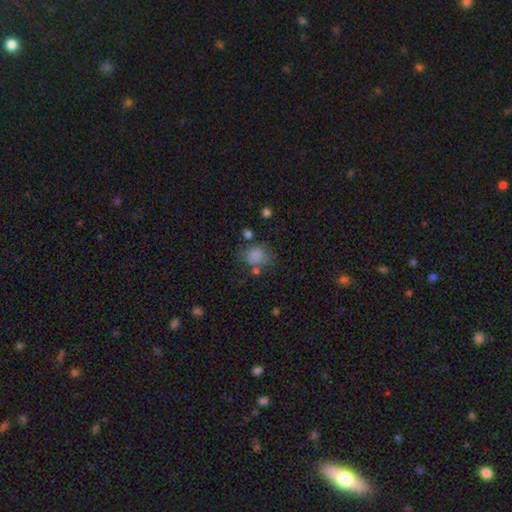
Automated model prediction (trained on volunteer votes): Q: Smooth or featured?
A: smooth (80%); runner-up: star or artifact (13%)
Q: How rounded?
A: round (62%); runner-up: in between (37%)
Q: Merging?
A: none (63%); runner-up: minor disturbance (20%)